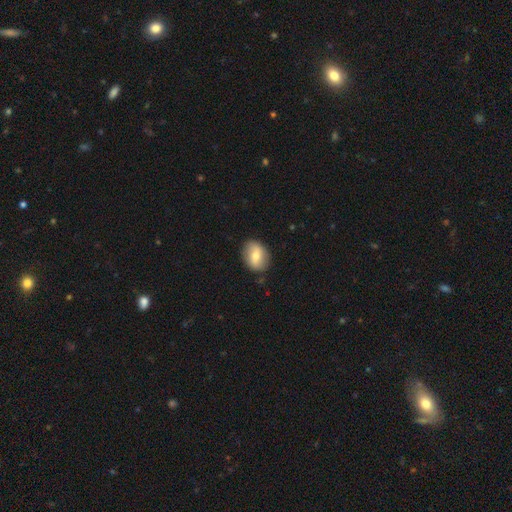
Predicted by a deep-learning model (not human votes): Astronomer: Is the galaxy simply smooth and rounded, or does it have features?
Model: smooth — 61%.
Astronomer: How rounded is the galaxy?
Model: in between — 64%.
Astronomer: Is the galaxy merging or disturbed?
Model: none — 85%.